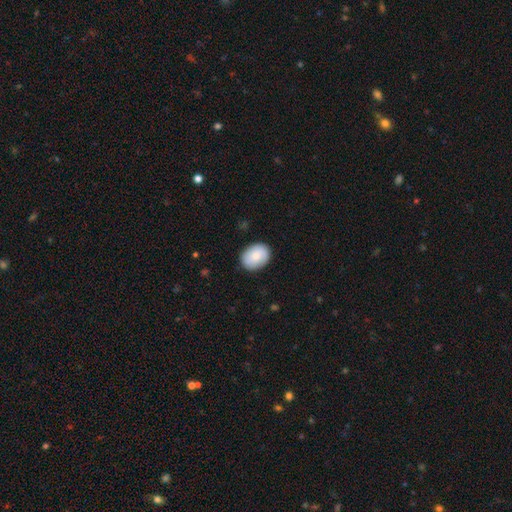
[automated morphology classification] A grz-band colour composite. It shows a smooth galaxy with no disk features (82%) that is in between round and cigar-shaped (66%). Merging: none (86%).